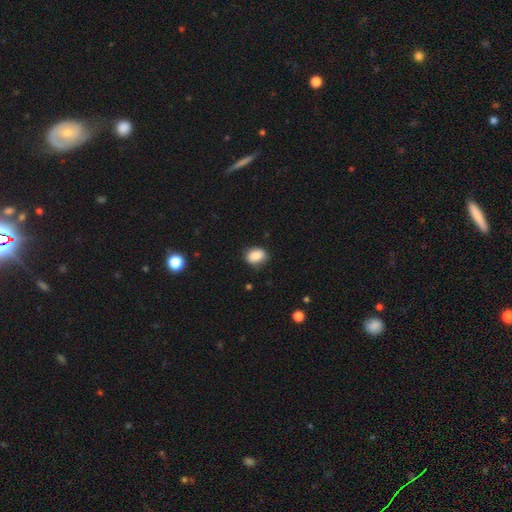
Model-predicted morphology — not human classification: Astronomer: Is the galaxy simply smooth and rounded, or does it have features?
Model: smooth — 85%.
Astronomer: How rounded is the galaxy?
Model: in between — 65%.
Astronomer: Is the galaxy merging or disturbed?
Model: none — 77%.